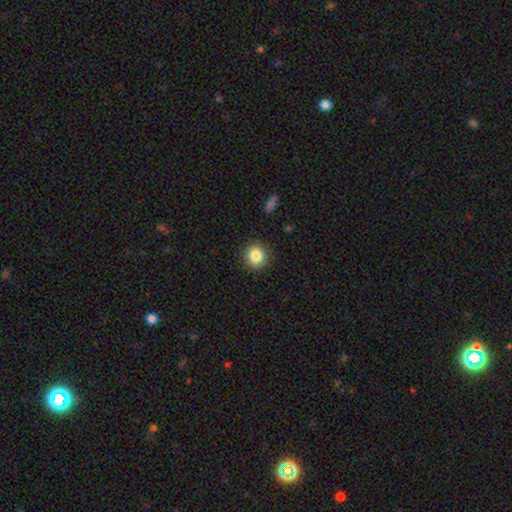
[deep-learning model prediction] smooth 85%, star or artifact 10%, featured or disk 5%. Down the decision tree: how rounded — round (91%); merging — none (90%).